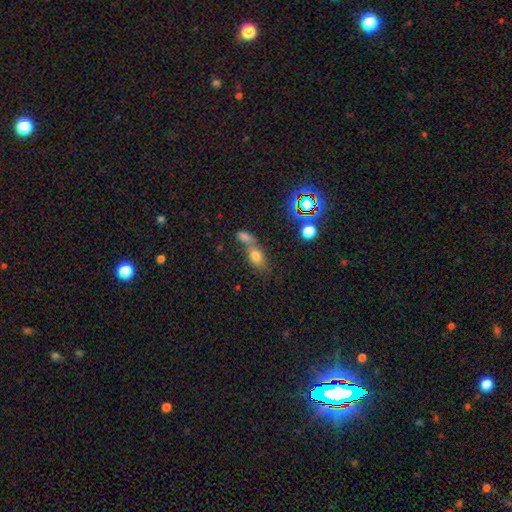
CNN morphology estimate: This is likely a smooth galaxy (70%). How rounded: likely in between (78%). Merging: possibly merger (51%).